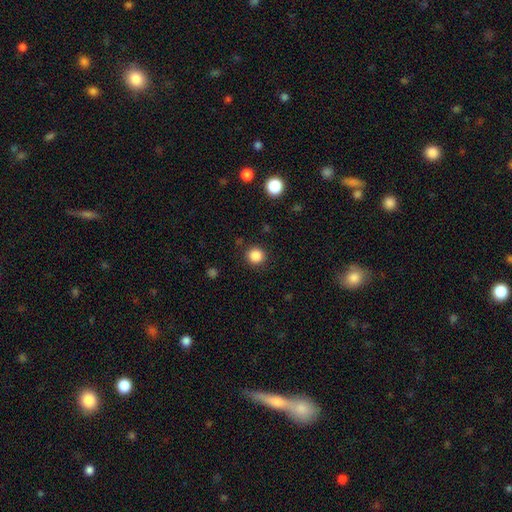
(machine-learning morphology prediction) Overall: smooth (86%). How rounded: round (93%). Merging: none (90%).